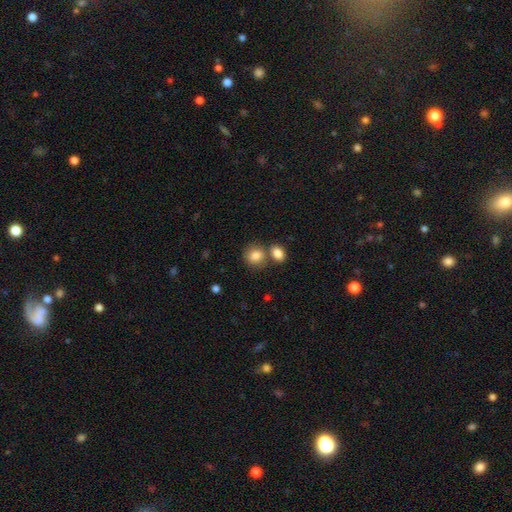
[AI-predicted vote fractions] Smooth or featured: smooth — 84% (star or artifact — 9%)
How rounded: round — 73% (in between — 26%)
Merging: none — 56% (merger — 31%)